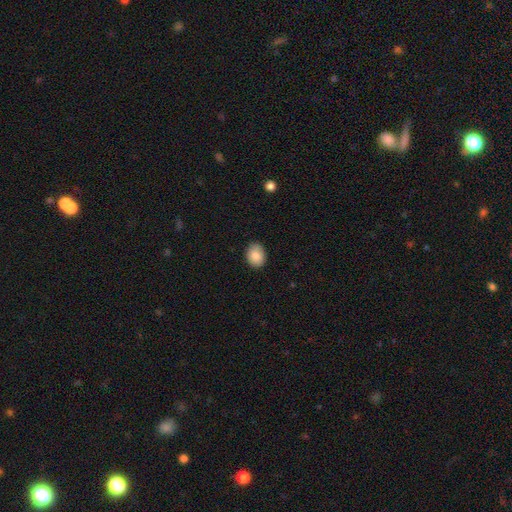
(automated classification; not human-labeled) Morphology: type=smooth (87%); roundness=in between (60%); merging=none (87%).